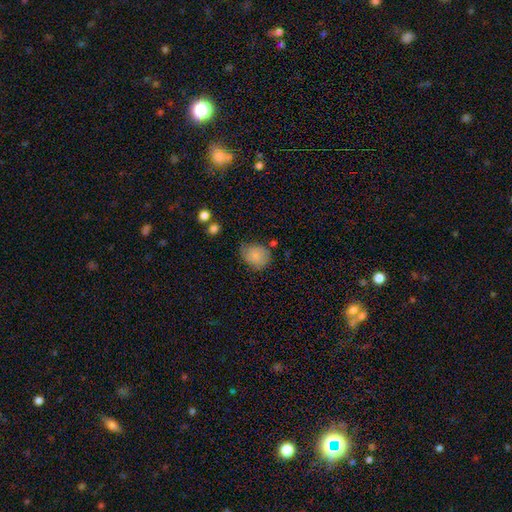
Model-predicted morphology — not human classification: The model was most divided on "how rounded": round: 61%, in between: 38%, cigar-shaped: 1%. More confident: smooth or featured — smooth (80%); merging — none (57%).